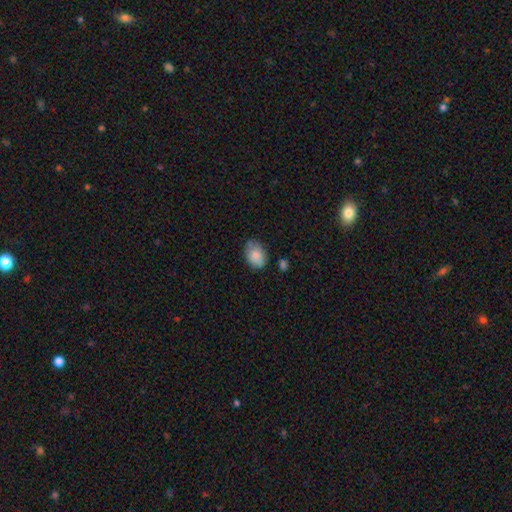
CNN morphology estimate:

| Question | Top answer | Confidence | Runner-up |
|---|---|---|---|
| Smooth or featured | smooth | 84% | featured or disk (8%) |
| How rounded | in between | 77% | round (22%) |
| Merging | none | 65% | minor disturbance (24%) |